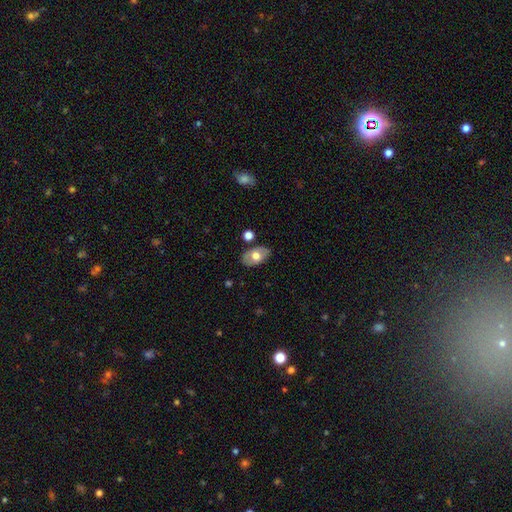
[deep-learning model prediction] Q: Smooth or featured?
A: smooth (60%); runner-up: featured or disk (34%)
Q: How rounded?
A: in between (89%); runner-up: round (9%)
Q: Merging?
A: none (81%); runner-up: minor disturbance (13%)